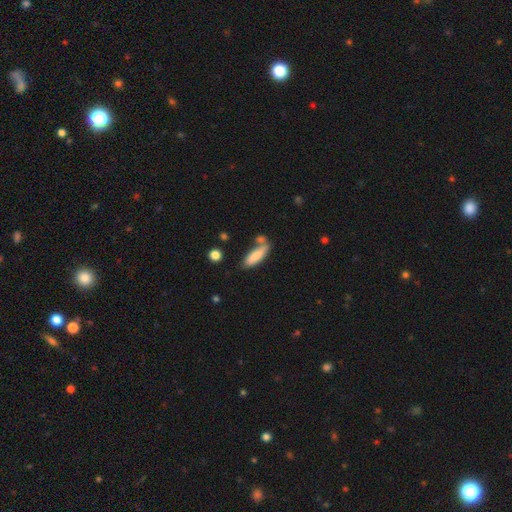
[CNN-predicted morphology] Smooth or featured: smooth — 81% (featured or disk — 13%)
How rounded: cigar-shaped — 55% (in between — 43%)
Merging: none — 57% (minor disturbance — 19%)